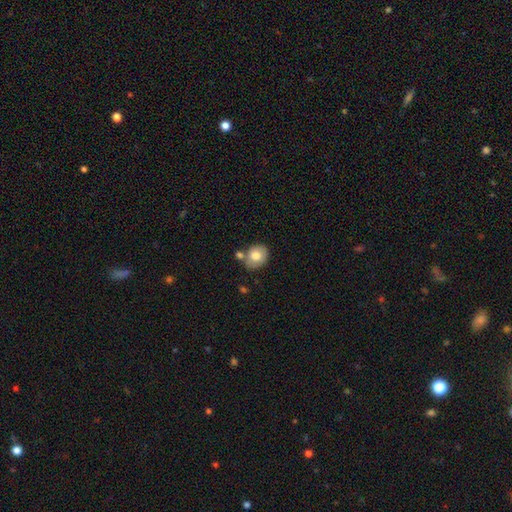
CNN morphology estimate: The model was most divided on "how rounded": round: 54%, in between: 45%, cigar-shaped: 1%. More confident: smooth or featured — smooth (76%); merging — none (64%).